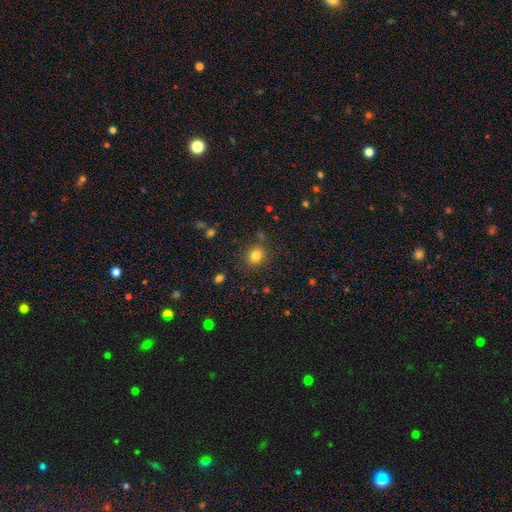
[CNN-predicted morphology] A smooth galaxy with no disk features (81%) that is round (67%).

Vote fractions:
- Smooth or featured? smooth: 81% / star or artifact: 13% / featured or disk: 6%
- How rounded? round: 67% / in between: 32% / cigar-shaped: 1%
- Merging? none: 82% / minor disturbance: 11% / major disturbance: 4% / merger: 3%